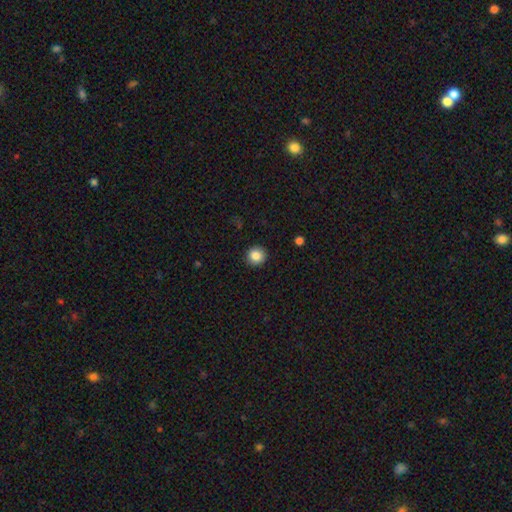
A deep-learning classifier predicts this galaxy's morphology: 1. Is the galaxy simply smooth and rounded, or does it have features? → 85% smooth, 10% star or artifact, 5% featured or disk.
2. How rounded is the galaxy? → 93% round, 6% in between, 1% cigar-shaped.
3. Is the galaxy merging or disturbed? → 92% none, 5% minor disturbance, 2% major disturbance, 1% merger.